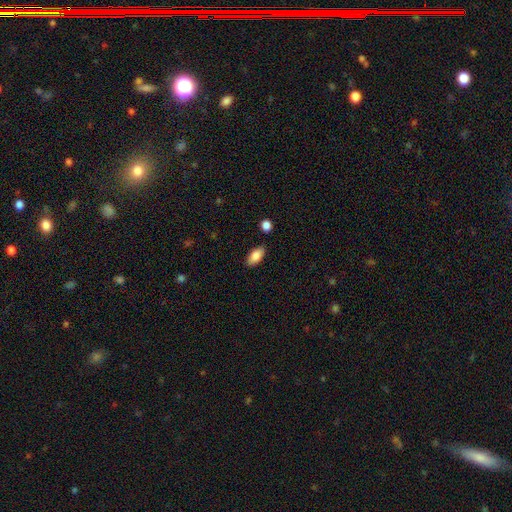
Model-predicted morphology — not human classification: This appears to be a smooth galaxy with no disk features (86%) that is in between round and cigar-shaped (90%). Merging: none (84%).